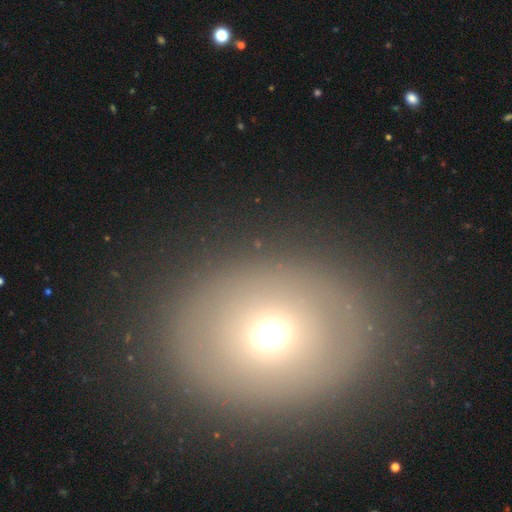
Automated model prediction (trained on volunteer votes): smooth_or_featured: smooth (p=0.58) [alt: featured or disk p=0.26]
how_rounded: round (p=0.51) [alt: in between p=0.48]
merging: none (p=0.86) [alt: minor disturbance p=0.08]